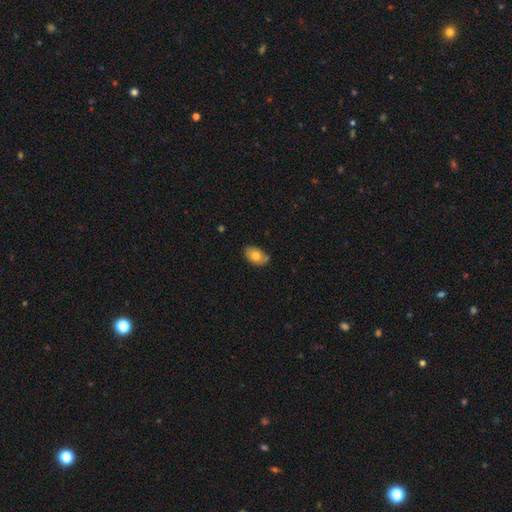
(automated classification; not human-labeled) smooth_or_featured: smooth (p=0.76) [alt: featured or disk p=0.16]
how_rounded: in between (p=0.88) [alt: round p=0.11]
merging: none (p=0.66) [alt: minor disturbance p=0.26]